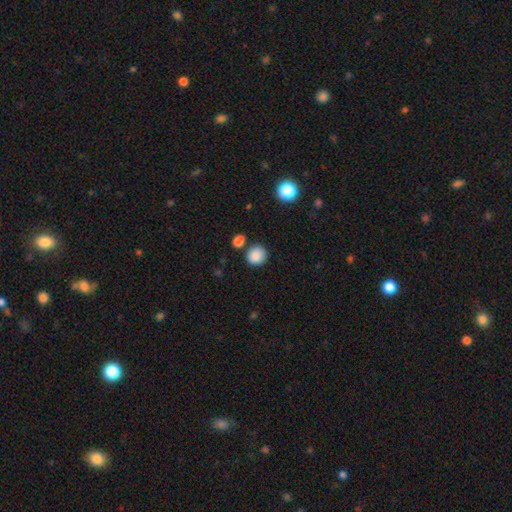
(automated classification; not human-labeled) This is clearly a smooth galaxy (87%). How rounded: clearly round (86%). Merging: likely none (79%).